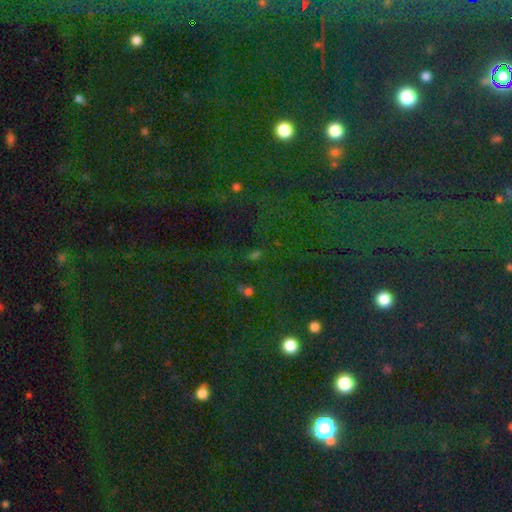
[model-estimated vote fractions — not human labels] Smooth or featured: star or artifact — 69% (smooth — 21%)